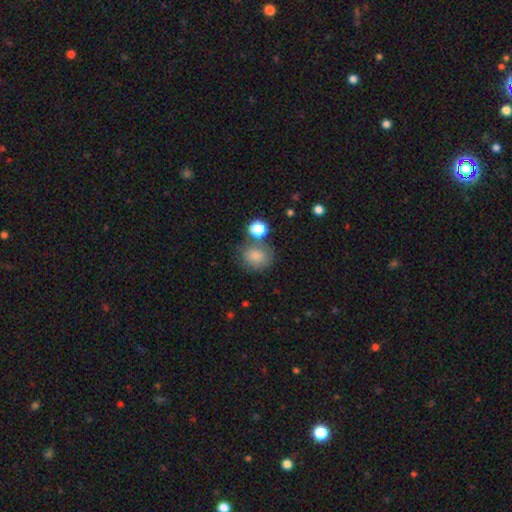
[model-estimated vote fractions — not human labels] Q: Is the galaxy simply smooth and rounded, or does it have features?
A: smooth — 81%.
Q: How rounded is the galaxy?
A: round — 66%.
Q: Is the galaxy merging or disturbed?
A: none — 60%.